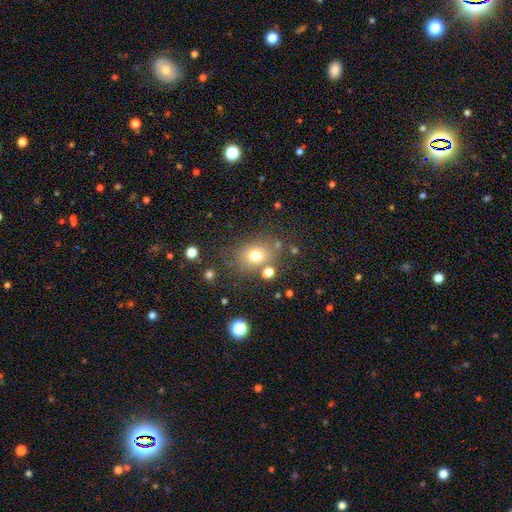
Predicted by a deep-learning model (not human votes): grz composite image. It shows a smooth galaxy with no disk features (72%) that is round (53%). Merging: none (71%).